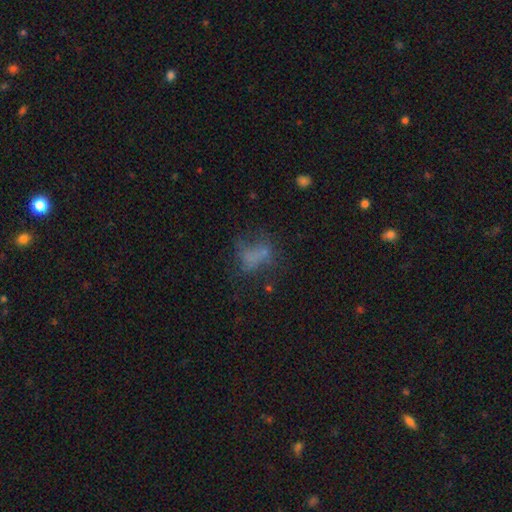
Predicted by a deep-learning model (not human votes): Smooth or featured? Predicted: smooth (p=0.51). How rounded? Predicted: in between (p=0.63). Merging? Predicted: none (p=0.42).